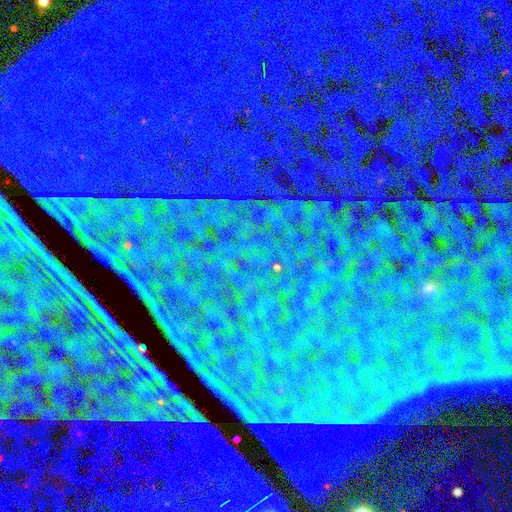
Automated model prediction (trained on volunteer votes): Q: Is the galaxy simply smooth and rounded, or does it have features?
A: star or artifact — 87%.